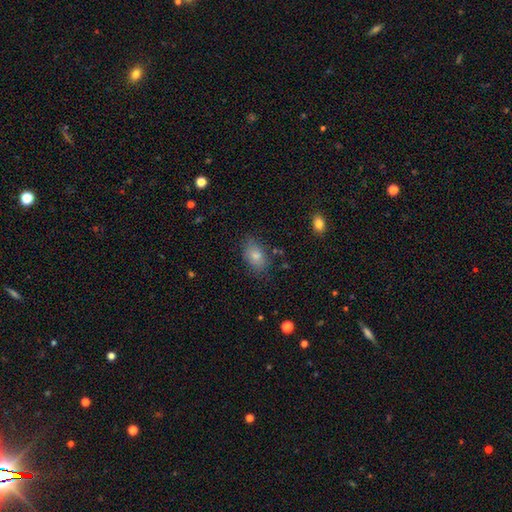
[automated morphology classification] type=smooth (80%); roundness=in between (87%); merging=none (77%).